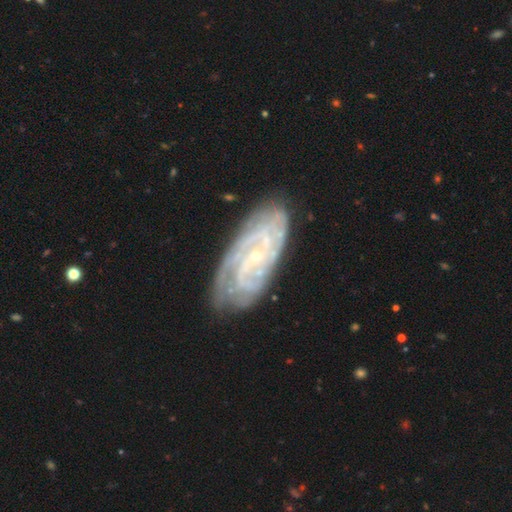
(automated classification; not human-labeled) A featured or disk galaxy (87%) with no bar (60%), tight (70%) spiral arms (97%) and a small central bulge (82%).

Vote fractions:
- Smooth or featured? featured or disk: 87% / smooth: 7% / star or artifact: 6%
- Edge-on disk? no: 94% / yes: 6%
- Bar? no: 60% / weak: 30% / strong: 10%
- Spiral arms? yes: 97% / no: 3%
- Spiral winding? tight: 70% / medium: 25% / loose: 5%
- Spiral arm count? can't tell: 26% / 3: 20% / 2: 20% / 4: 19% / more than 4: 9% / 1: 7%
- Bulge size? small: 82% / moderate: 14% / none: 2% / large: 1% / dominant: 1%
- Merging? none: 77% / minor disturbance: 17% / major disturbance: 4% / merger: 2%